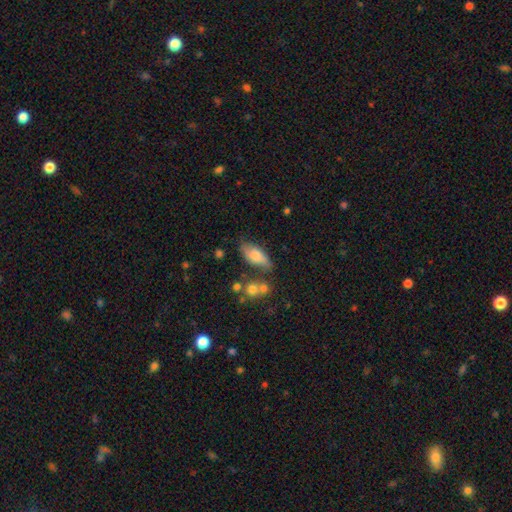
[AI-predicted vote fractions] smooth 70%, featured or disk 23%, star or artifact 7%. Down the decision tree: how rounded — in between (83%); merging — none (59%).